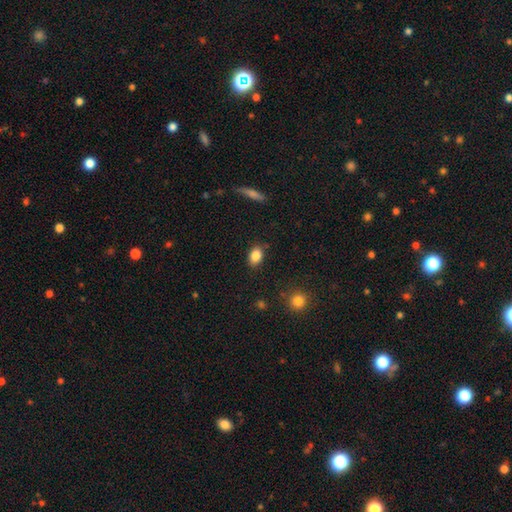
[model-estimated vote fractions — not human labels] Q: Smooth or featured?
A: smooth (85%); runner-up: star or artifact (9%)
Q: How rounded?
A: in between (78%); runner-up: round (20%)
Q: Merging?
A: none (86%); runner-up: minor disturbance (11%)